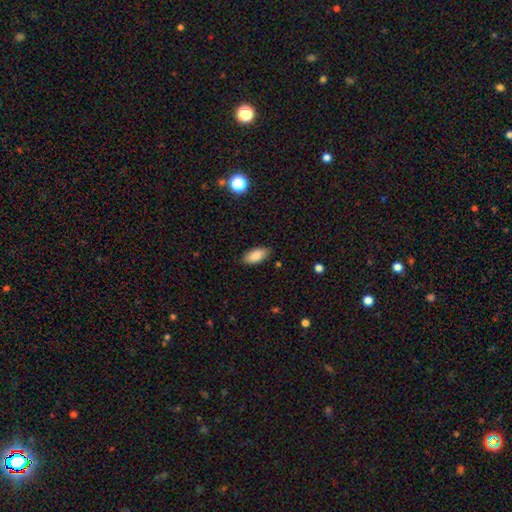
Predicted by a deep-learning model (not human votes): smooth-or-featured: smooth: 84% | featured or disk: 9% | star or artifact: 7%
  how-rounded: in between: 89% | cigar-shaped: 8% | round: 3%
  merging: none: 85% | minor disturbance: 12% | major disturbance: 2% | merger: 1%